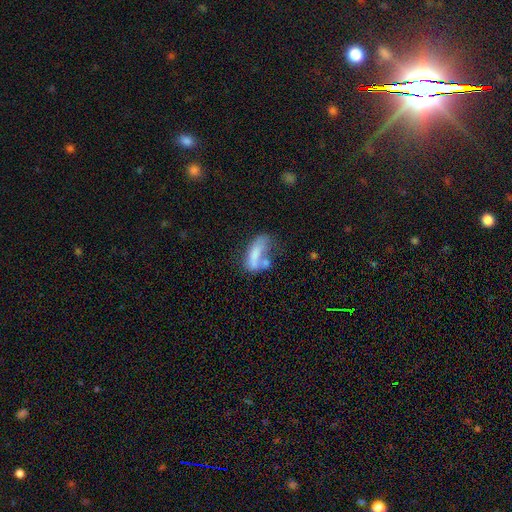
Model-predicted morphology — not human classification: A smooth galaxy with no disk features (63%) that is in between round and cigar-shaped (74%).

Vote fractions:
- Smooth or featured? smooth: 63% / featured or disk: 27% / star or artifact: 10%
- How rounded? in between: 74% / cigar-shaped: 22% / round: 4%
- Merging? merger: 35% / major disturbance: 25% / none: 23% / minor disturbance: 17%